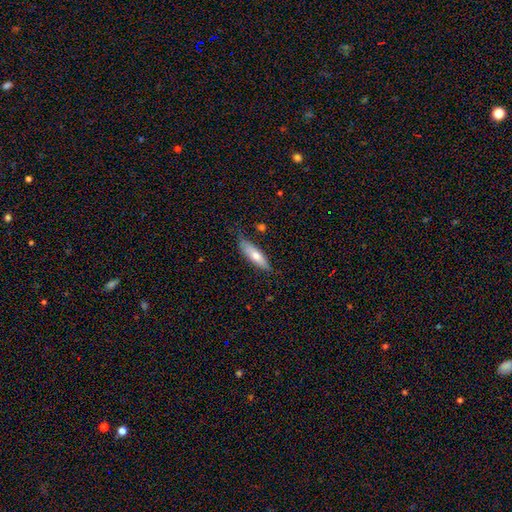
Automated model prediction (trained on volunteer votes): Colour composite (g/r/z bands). It shows a smooth galaxy with no disk features (67%) that is cigar-shaped (56%). Merging: none (73%).